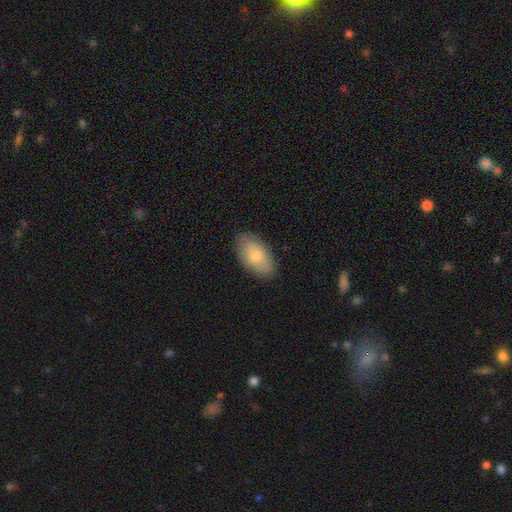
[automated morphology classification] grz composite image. It shows a smooth galaxy with no disk features (78%) that is in between round and cigar-shaped (95%). Merging: none (83%).